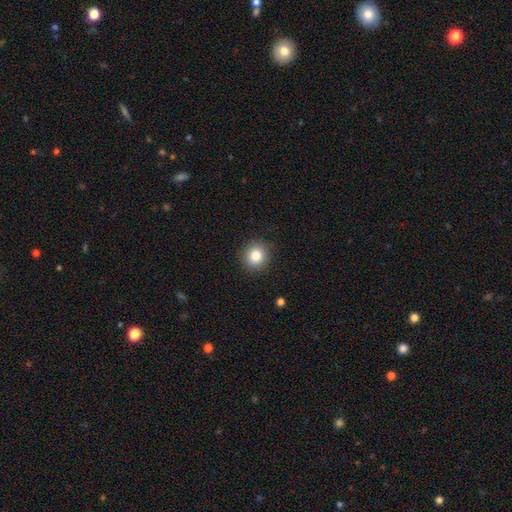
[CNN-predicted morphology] Smooth or featured: smooth — 83% (star or artifact — 10%)
How rounded: round — 87% (in between — 12%)
Merging: none — 90% (minor disturbance — 7%)